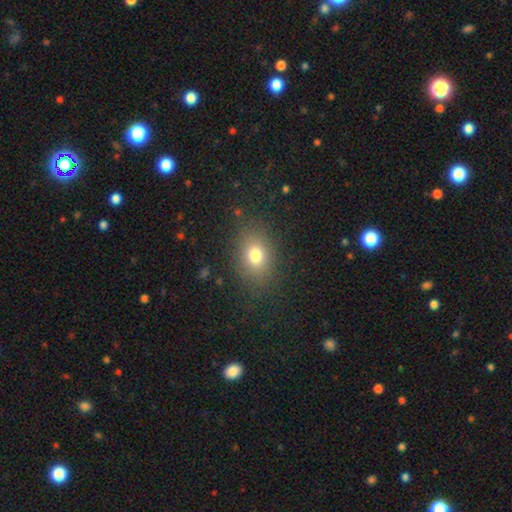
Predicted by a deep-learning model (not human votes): smooth_or_featured: smooth (p=0.76) [alt: star or artifact p=0.13]
how_rounded: in between (p=0.67) [alt: round p=0.31]
merging: none (p=0.84) [alt: minor disturbance p=0.11]